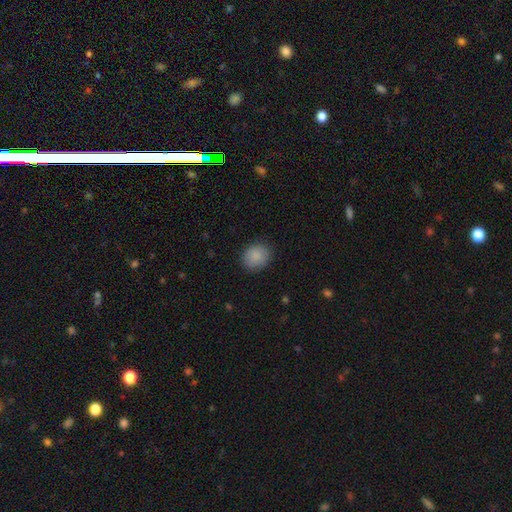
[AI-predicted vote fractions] A smooth galaxy with no disk features (88%) that is round (73%). Merging: none (86%).